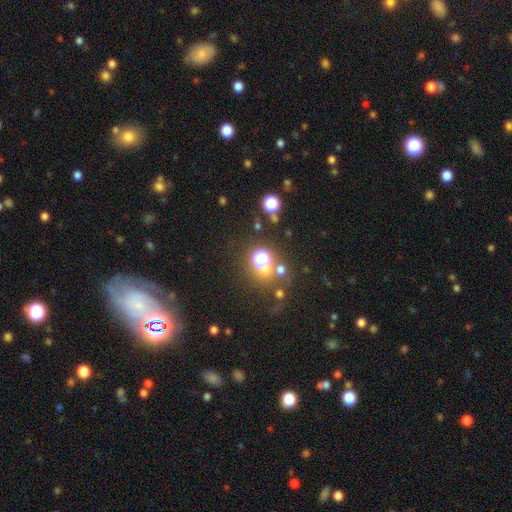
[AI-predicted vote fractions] This is possibly a star or artifact rather than a galaxy (51%).